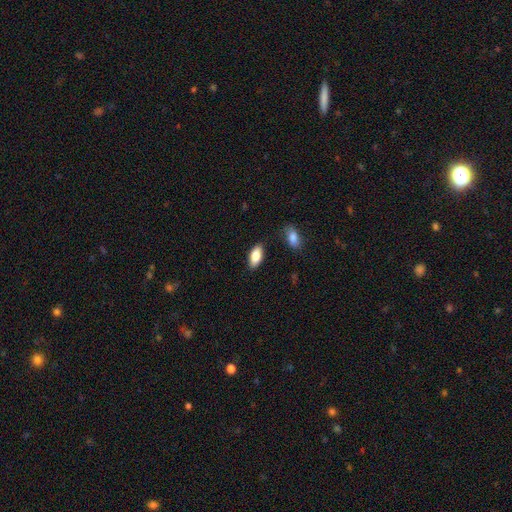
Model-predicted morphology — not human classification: A smooth galaxy with no disk features (85%) that is in between round and cigar-shaped (90%). Merging: none (83%).